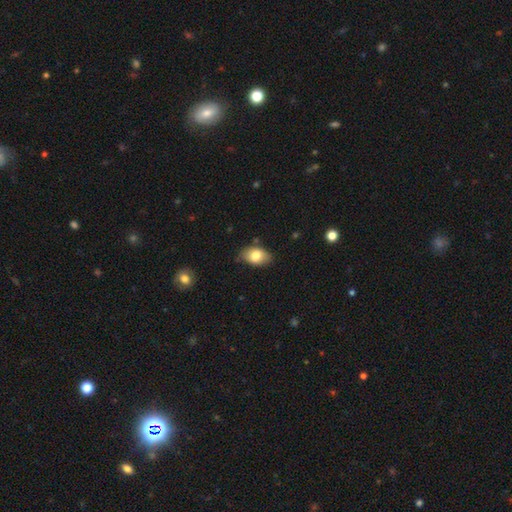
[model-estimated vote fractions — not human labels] Smooth or featured: smooth — 79% (featured or disk — 14%)
How rounded: in between — 88% (round — 11%)
Merging: none — 77% (minor disturbance — 18%)